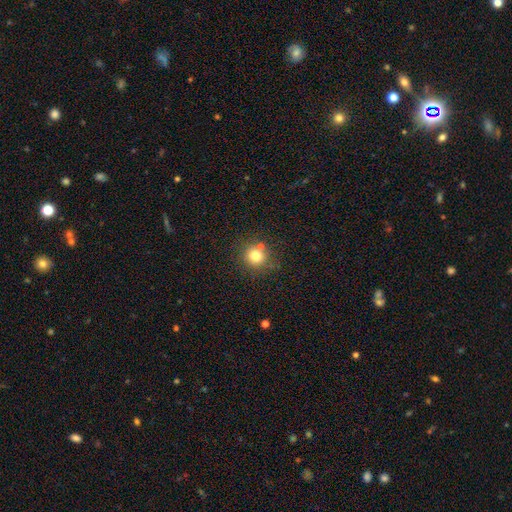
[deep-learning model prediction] Smooth or featured? Predicted: smooth (p=0.79). How rounded? Predicted: round (p=0.91). Merging? Predicted: none (p=0.76).